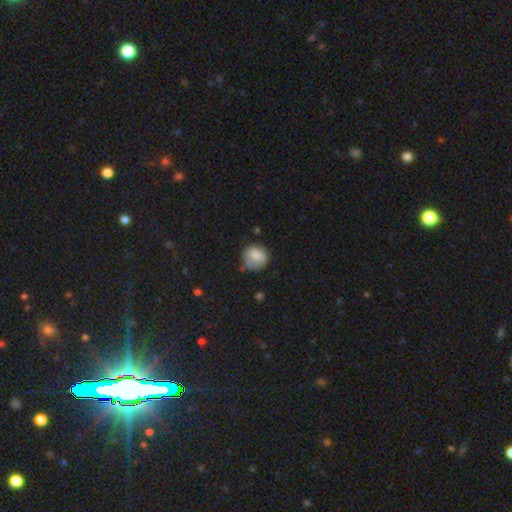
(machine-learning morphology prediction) Q: Smooth or featured?
A: smooth (79%); runner-up: featured or disk (13%)
Q: How rounded?
A: round (83%); runner-up: in between (16%)
Q: Merging?
A: none (63%); runner-up: minor disturbance (25%)